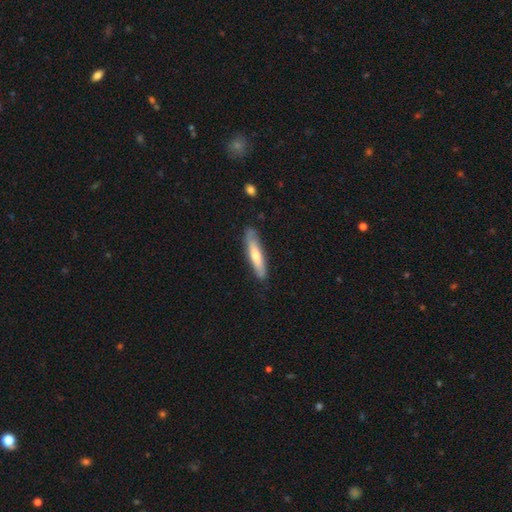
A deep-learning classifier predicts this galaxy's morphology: The model was most divided on "smooth or featured": smooth: 57%, featured or disk: 38%, star or artifact: 5%. More confident: how rounded — cigar-shaped (83%); merging — none (80%).